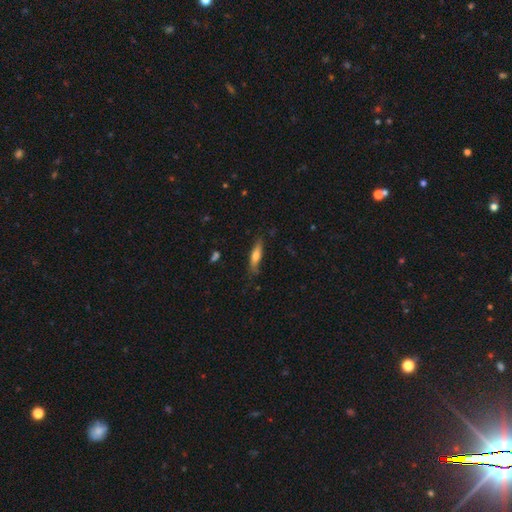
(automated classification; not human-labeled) A smooth galaxy with no disk features (64%) that is cigar-shaped (69%). Merging: none (73%).